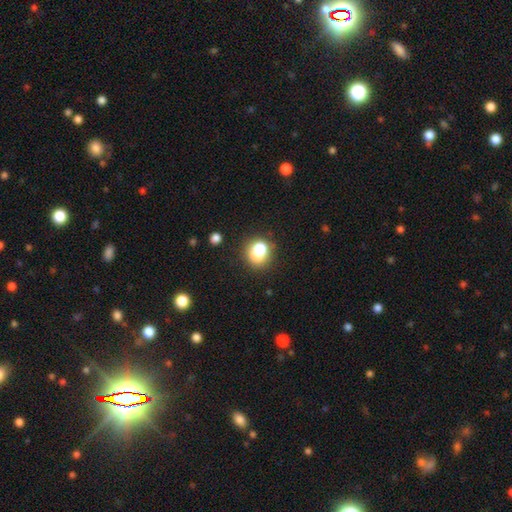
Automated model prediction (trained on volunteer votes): Smooth or featured: smooth — 70% (featured or disk — 18%)
How rounded: round — 65% (in between — 34%)
Merging: none — 45% (merger — 32%)